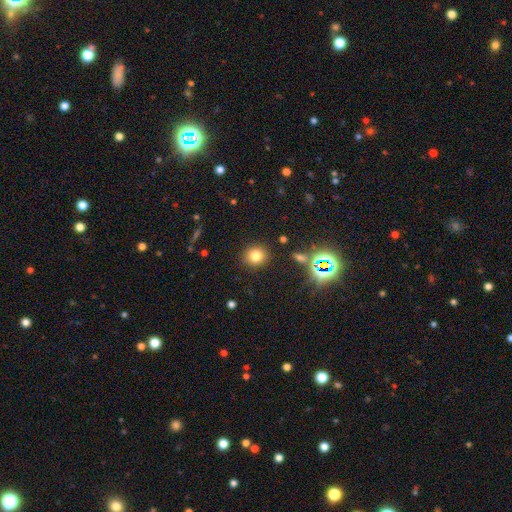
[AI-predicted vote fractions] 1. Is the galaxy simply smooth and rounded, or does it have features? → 76% smooth, 16% star or artifact, 8% featured or disk.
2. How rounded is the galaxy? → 83% round, 16% in between, 1% cigar-shaped.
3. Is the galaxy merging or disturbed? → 88% none, 7% minor disturbance, 3% major disturbance, 2% merger.